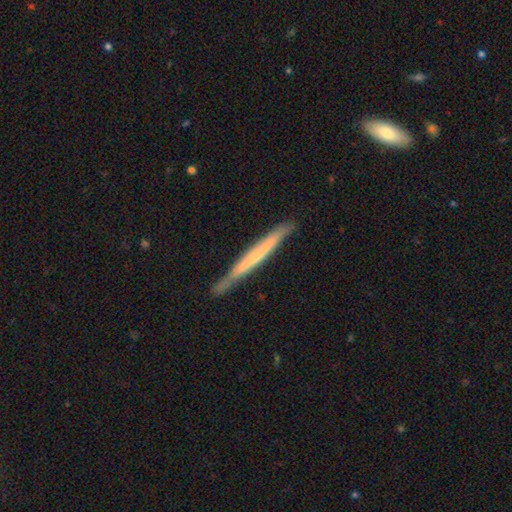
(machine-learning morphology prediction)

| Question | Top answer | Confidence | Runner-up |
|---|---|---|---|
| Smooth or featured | featured or disk | 55% | smooth (40%) |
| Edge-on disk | yes | 95% | no (5%) |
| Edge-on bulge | none | 73% | rounded (18%) |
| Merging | none | 82% | minor disturbance (14%) |